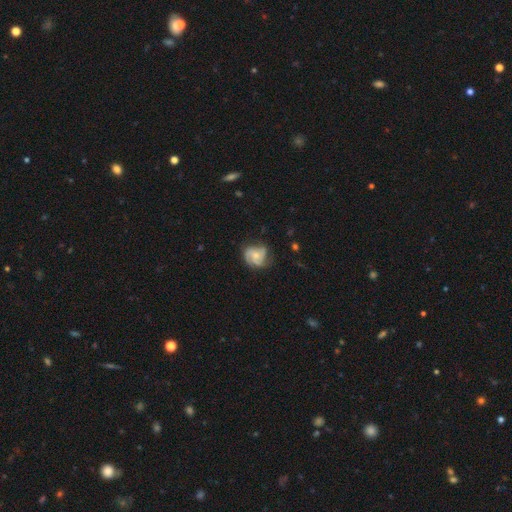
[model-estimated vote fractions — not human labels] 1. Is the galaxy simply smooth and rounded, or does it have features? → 75% featured or disk, 18% smooth, 7% star or artifact.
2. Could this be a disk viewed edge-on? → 98% no, 2% yes.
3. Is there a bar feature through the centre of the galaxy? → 71% no, 24% weak, 5% strong.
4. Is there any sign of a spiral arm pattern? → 95% yes, 5% no.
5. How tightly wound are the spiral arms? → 48% medium, 37% tight, 16% loose.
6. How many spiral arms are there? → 61% 3, 17% 2, 9% can't tell, 7% 4, 3% 1, 3% more than 4.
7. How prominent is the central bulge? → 47% small, 46% moderate, 4% none, 2% large, 1% dominant.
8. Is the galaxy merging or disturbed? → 67% none, 22% minor disturbance, 9% major disturbance, 1% merger.